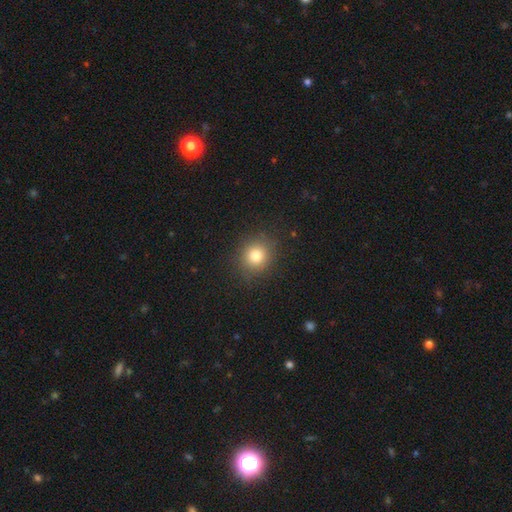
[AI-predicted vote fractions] Q: Smooth or featured?
A: smooth (80%); runner-up: star or artifact (13%)
Q: How rounded?
A: round (80%); runner-up: in between (19%)
Q: Merging?
A: none (86%); runner-up: minor disturbance (9%)